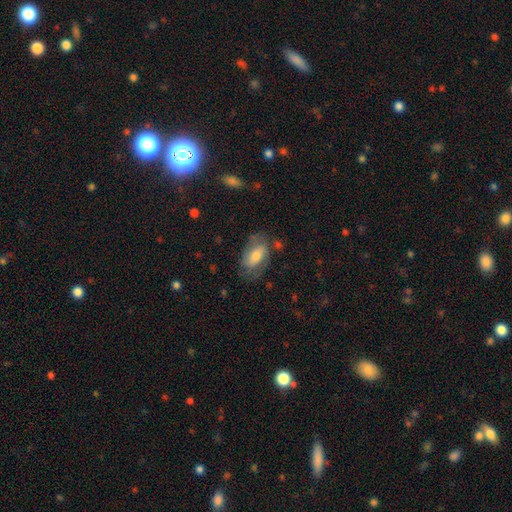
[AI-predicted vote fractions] This appears to be a smooth galaxy with no disk features (51%) that is in between round and cigar-shaped (88%). Merging: none (66%).